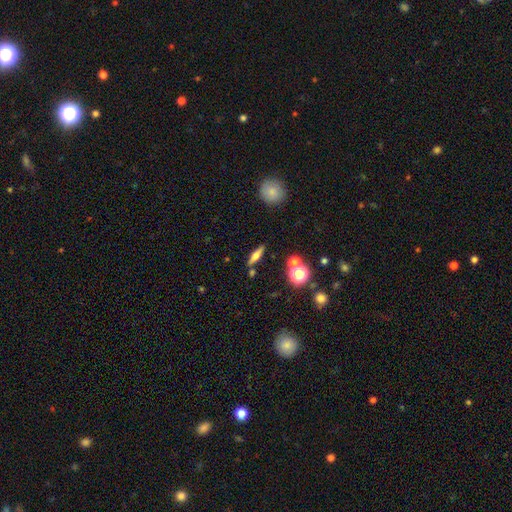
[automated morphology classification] Q: Smooth or featured?
A: featured or disk (46%); runner-up: smooth (44%)
Q: Merging?
A: none (82%); runner-up: minor disturbance (9%)